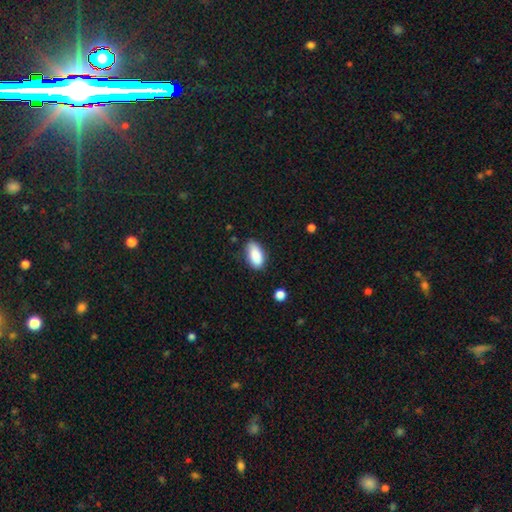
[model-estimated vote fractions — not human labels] Q: Smooth or featured?
A: smooth (88%); runner-up: star or artifact (7%)
Q: How rounded?
A: in between (92%); runner-up: cigar-shaped (5%)
Q: Merging?
A: none (75%); runner-up: minor disturbance (20%)